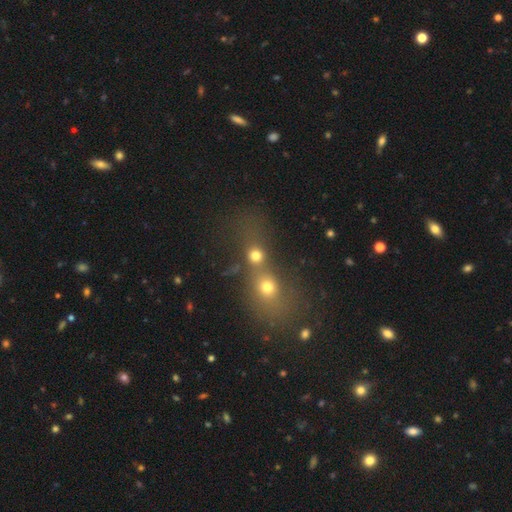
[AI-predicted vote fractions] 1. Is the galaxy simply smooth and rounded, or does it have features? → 69% smooth, 18% star or artifact, 13% featured or disk.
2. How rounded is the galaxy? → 72% round, 26% in between, 3% cigar-shaped.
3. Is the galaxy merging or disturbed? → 60% merger, 29% none, 6% minor disturbance, 5% major disturbance.